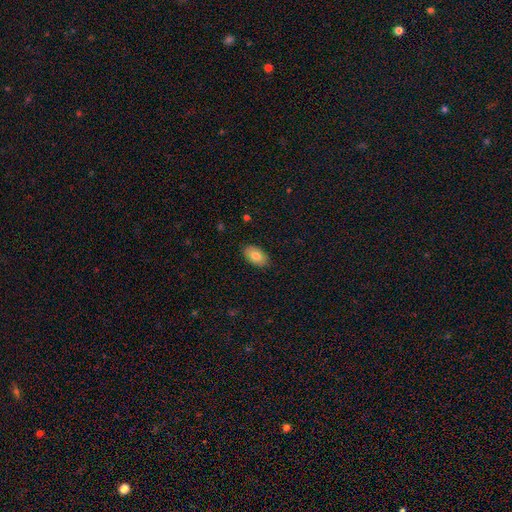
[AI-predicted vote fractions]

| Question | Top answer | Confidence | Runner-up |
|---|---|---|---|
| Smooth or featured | smooth | 81% | featured or disk (13%) |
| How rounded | in between | 93% | round (6%) |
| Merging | none | 88% | minor disturbance (10%) |